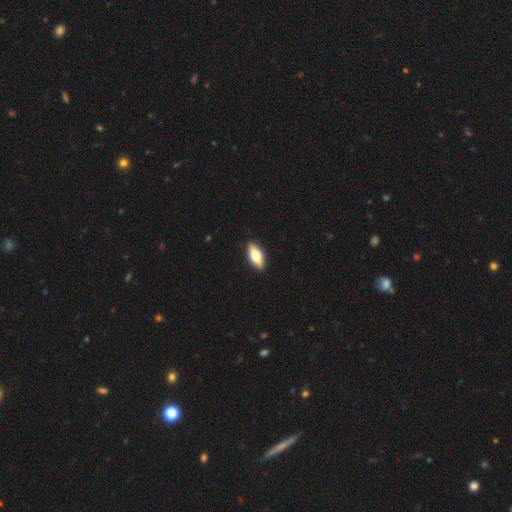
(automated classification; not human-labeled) This is likely a smooth galaxy (63%). How rounded: likely in between (78%). Merging: clearly none (89%).